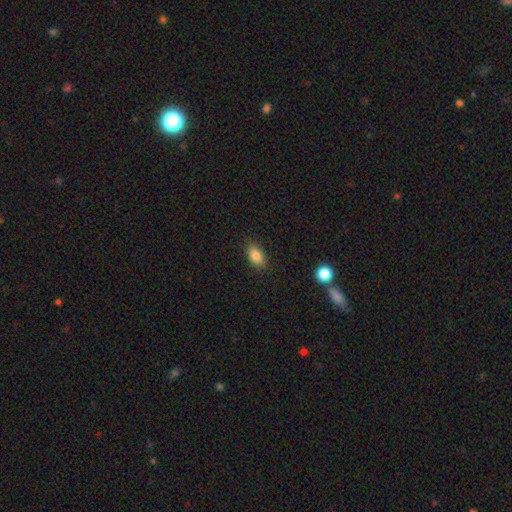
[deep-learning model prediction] Smooth or featured? smooth (84%)
How rounded? in between (88%)
Merging? none (87%)